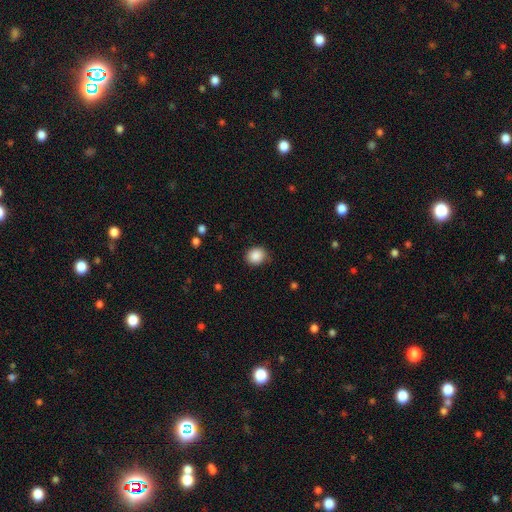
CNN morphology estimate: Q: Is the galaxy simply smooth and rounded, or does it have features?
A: smooth — 88%.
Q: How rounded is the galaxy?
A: round — 67%.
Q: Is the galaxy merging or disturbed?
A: none — 81%.